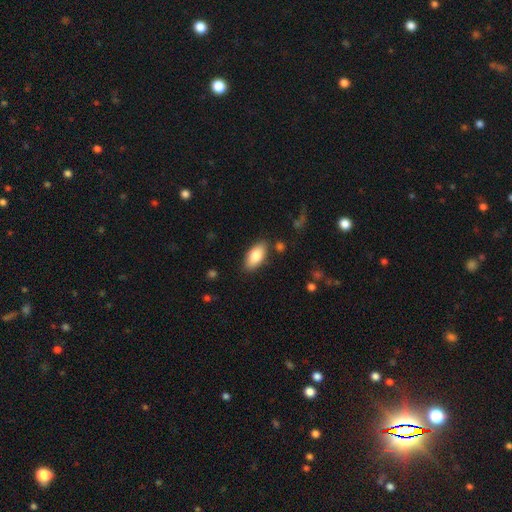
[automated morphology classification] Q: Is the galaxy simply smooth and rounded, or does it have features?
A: smooth — 82%.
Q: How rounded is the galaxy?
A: in between — 91%.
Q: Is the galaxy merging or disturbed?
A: none — 84%.